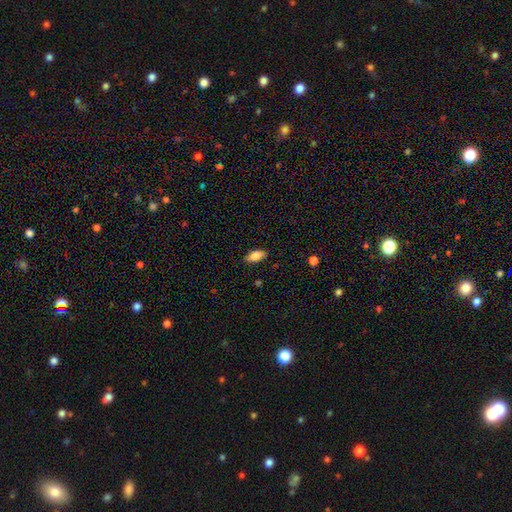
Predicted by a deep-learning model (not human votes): This is likely a smooth galaxy (77%). How rounded: clearly in between (87%). Merging: clearly none (85%).